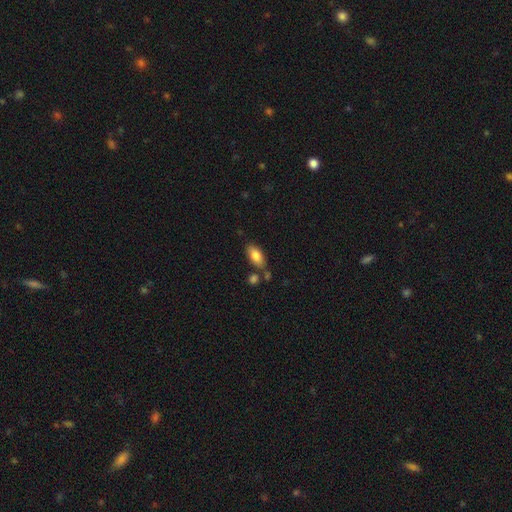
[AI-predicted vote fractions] Smooth or featured? smooth (82%)
How rounded? in between (89%)
Merging? none (70%)